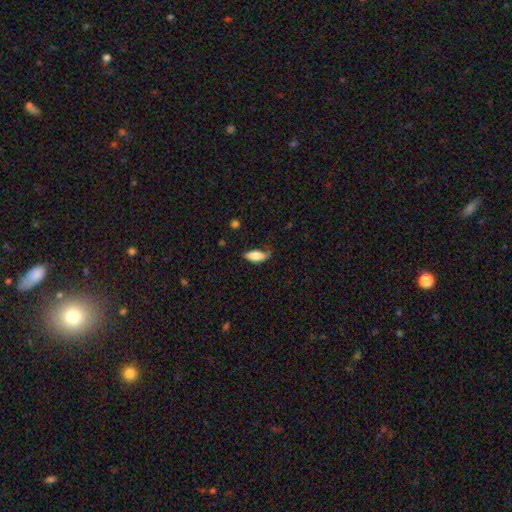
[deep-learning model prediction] A smooth galaxy with no disk features (76%) that is in between round and cigar-shaped (77%).

Vote fractions:
- Smooth or featured? smooth: 76% / featured or disk: 17% / star or artifact: 7%
- How rounded? in between: 77% / cigar-shaped: 20% / round: 2%
- Merging? none: 55% / minor disturbance: 33% / major disturbance: 10% / merger: 2%